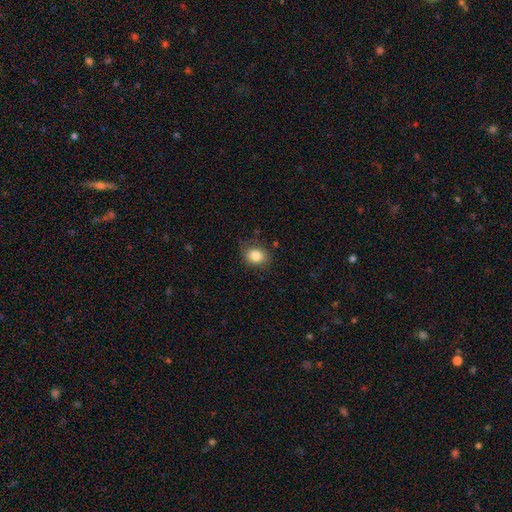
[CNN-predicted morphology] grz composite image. It shows a smooth galaxy with no disk features (83%) that is in between round and cigar-shaped (50%). Merging: none (79%).